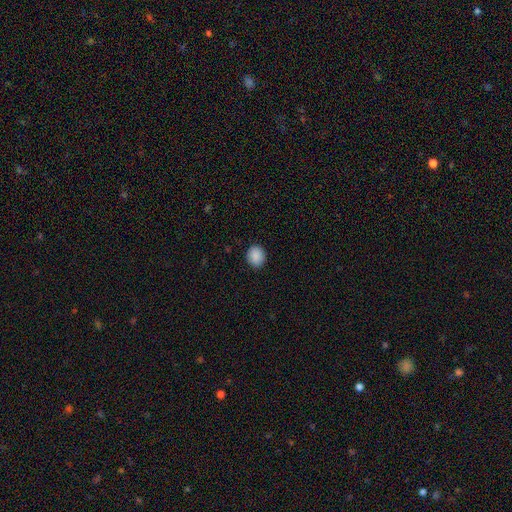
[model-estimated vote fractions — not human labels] This appears to be a smooth galaxy with no disk features (89%) that is round (75%). Merging: none (89%).